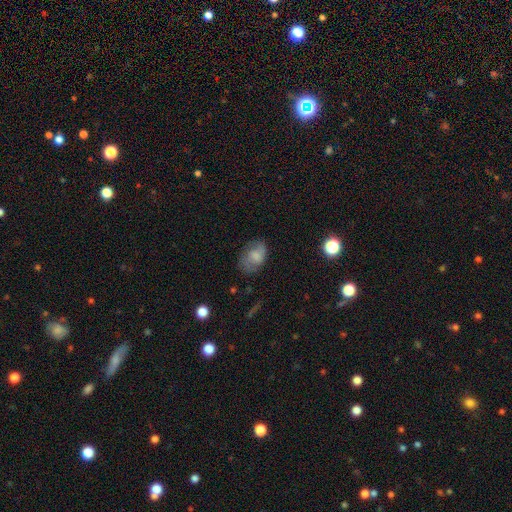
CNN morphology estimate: The model was most divided on "smooth or featured": smooth: 58%, featured or disk: 33%, star or artifact: 10%. More confident: how rounded — in between (81%); merging — none (63%).